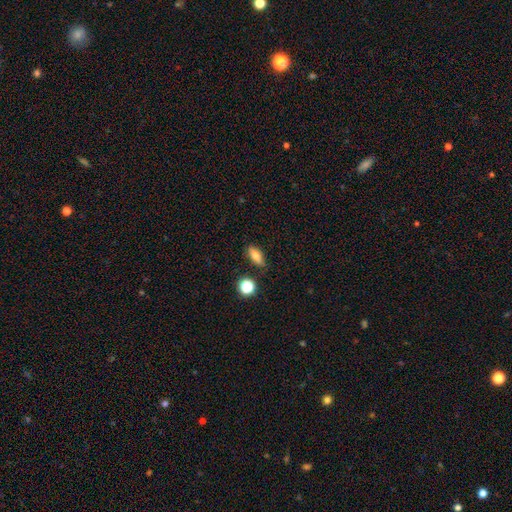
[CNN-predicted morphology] The model was most divided on "how rounded": in between: 72%, cigar-shaped: 20%, round: 8%. More confident: merging — none (83%); smooth or featured — smooth (74%).